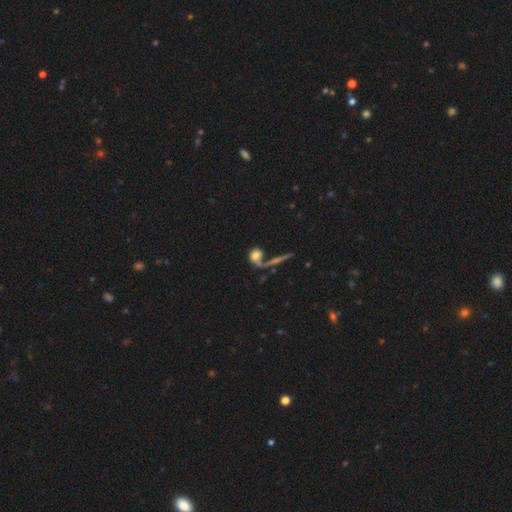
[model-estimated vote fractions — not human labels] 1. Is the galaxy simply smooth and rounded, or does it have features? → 58% smooth, 30% featured or disk, 12% star or artifact.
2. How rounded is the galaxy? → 61% round, 32% in between, 7% cigar-shaped.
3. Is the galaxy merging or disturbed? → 37% none, 33% merger, 17% major disturbance, 12% minor disturbance.